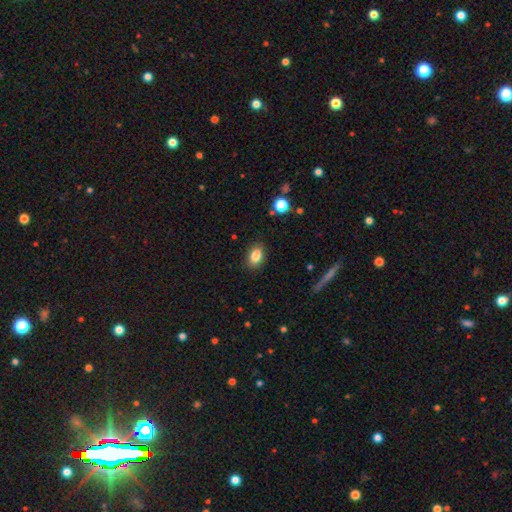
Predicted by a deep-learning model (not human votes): smooth-or-featured: smooth: 85% | star or artifact: 9% | featured or disk: 6%
  how-rounded: in between: 80% | round: 19% | cigar-shaped: 2%
  merging: none: 86% | minor disturbance: 10% | major disturbance: 3% | merger: 1%